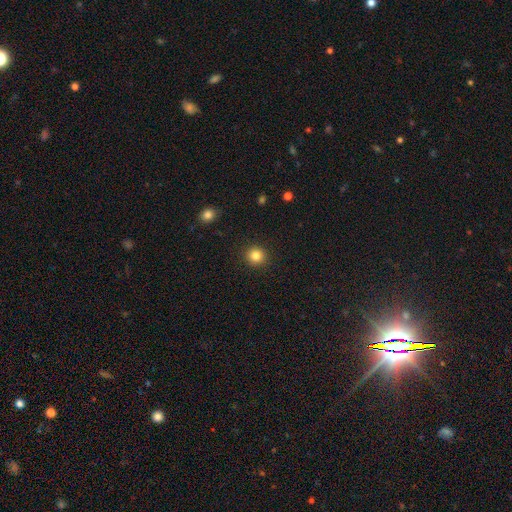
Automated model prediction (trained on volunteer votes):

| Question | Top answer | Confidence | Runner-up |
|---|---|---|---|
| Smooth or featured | smooth | 84% | star or artifact (11%) |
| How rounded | round | 91% | in between (8%) |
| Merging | none | 92% | minor disturbance (5%) |